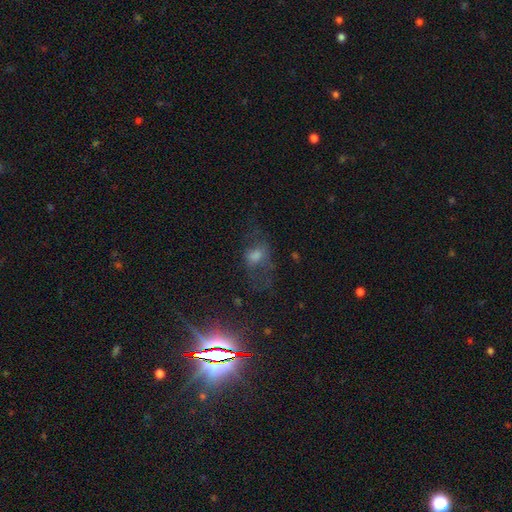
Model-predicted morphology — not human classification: Smooth or featured?
  - smooth: 38% *
  - featured or disk: 33%
  - star or artifact: 29%
Merging?
  - none: 47% *
  - major disturbance: 30%
  - minor disturbance: 20%
  - merger: 3%